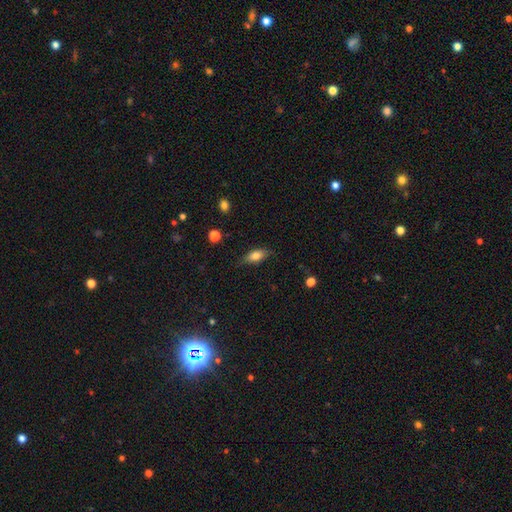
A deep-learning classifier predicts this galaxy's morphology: smooth-or-featured: smooth: 74% | featured or disk: 18% | star or artifact: 8%
  how-rounded: in between: 80% | cigar-shaped: 15% | round: 5%
  merging: none: 73% | minor disturbance: 21% | major disturbance: 5% | merger: 1%